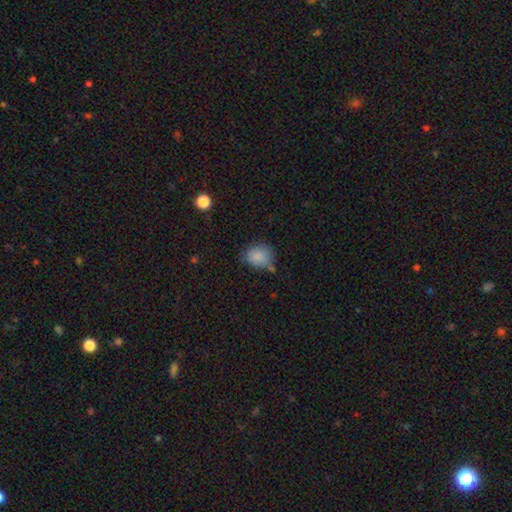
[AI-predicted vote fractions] This appears to be a smooth galaxy with no disk features (83%) that is round (65%). Merging: none (61%).